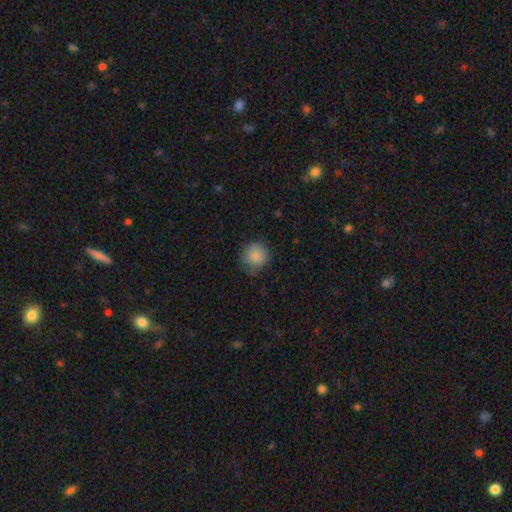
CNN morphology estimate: type=smooth (85%); roundness=round (90%); merging=none (67%).